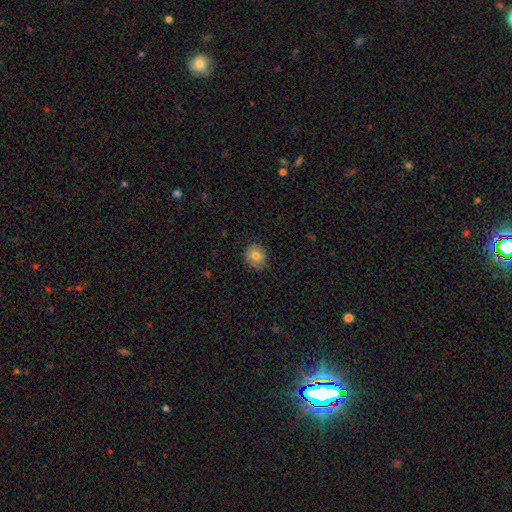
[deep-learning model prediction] Smooth or featured?
  - smooth: 77% *
  - featured or disk: 14%
  - star or artifact: 9%
How rounded?
  - round: 71% *
  - in between: 28%
  - cigar-shaped: 1%
Merging?
  - none: 82% *
  - minor disturbance: 14%
  - major disturbance: 3%
  - merger: 1%